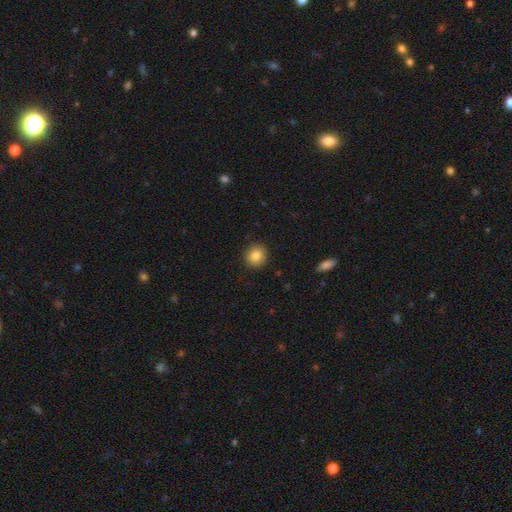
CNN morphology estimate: Smooth or featured: smooth — 85% (star or artifact — 9%)
How rounded: round — 88% (in between — 11%)
Merging: none — 91% (minor disturbance — 6%)